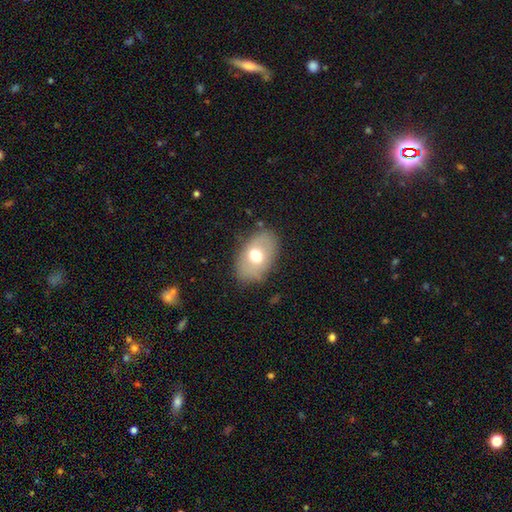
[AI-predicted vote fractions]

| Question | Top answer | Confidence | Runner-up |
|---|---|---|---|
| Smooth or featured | smooth | 63% | featured or disk (28%) |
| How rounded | in between | 85% | round (14%) |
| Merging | none | 77% | minor disturbance (16%) |